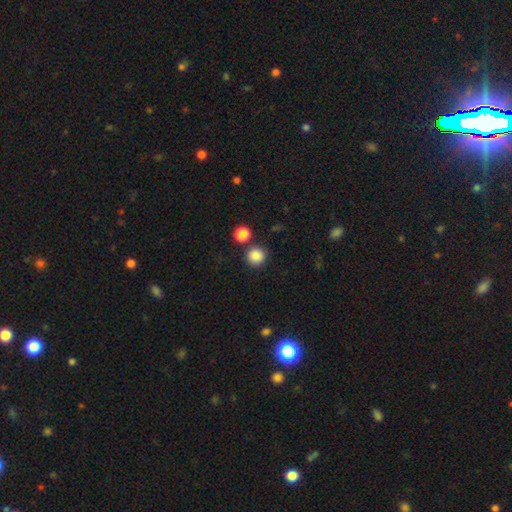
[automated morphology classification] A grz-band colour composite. It shows a smooth galaxy with no disk features (86%) that is round (92%). Merging: none (79%).